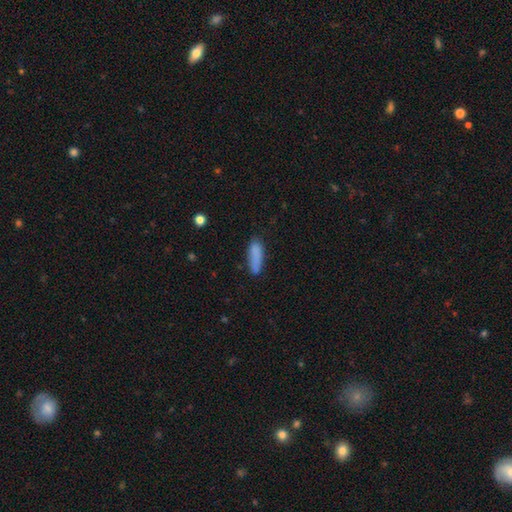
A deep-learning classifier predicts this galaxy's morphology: smooth_or_featured: smooth (p=0.85) [alt: featured or disk p=0.08]
how_rounded: cigar-shaped (p=0.60) [alt: in between p=0.39]
merging: none (p=0.73) [alt: minor disturbance p=0.20]